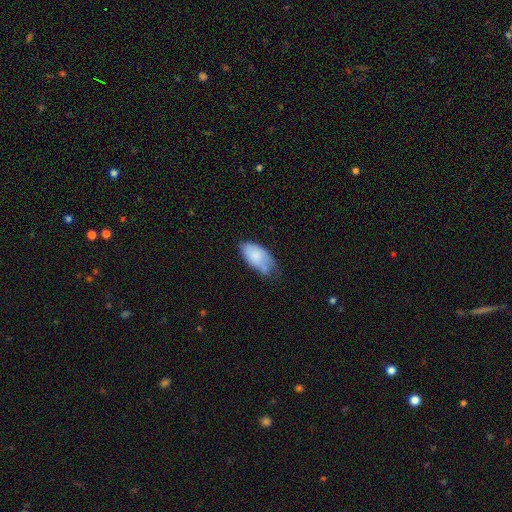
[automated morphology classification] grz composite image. It shows a smooth galaxy with no disk features (78%) that is in between round and cigar-shaped (94%). Merging: minor disturbance (43%).